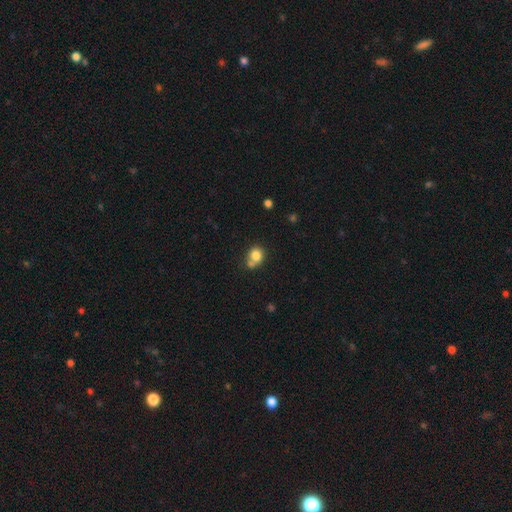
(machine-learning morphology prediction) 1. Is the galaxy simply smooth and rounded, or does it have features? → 79% smooth, 11% featured or disk, 10% star or artifact.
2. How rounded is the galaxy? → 68% round, 31% in between, 1% cigar-shaped.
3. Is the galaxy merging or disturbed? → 44% none, 36% merger, 14% minor disturbance, 6% major disturbance.